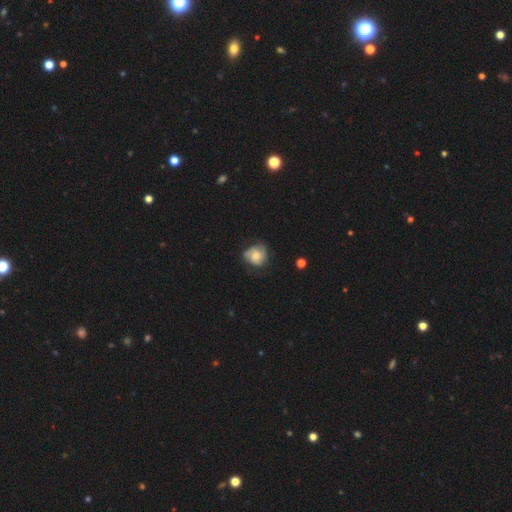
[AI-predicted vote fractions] smooth-or-featured: featured or disk: 48% | smooth: 45% | star or artifact: 8%
  merging: none: 59% | minor disturbance: 28% | major disturbance: 12% | merger: 2%